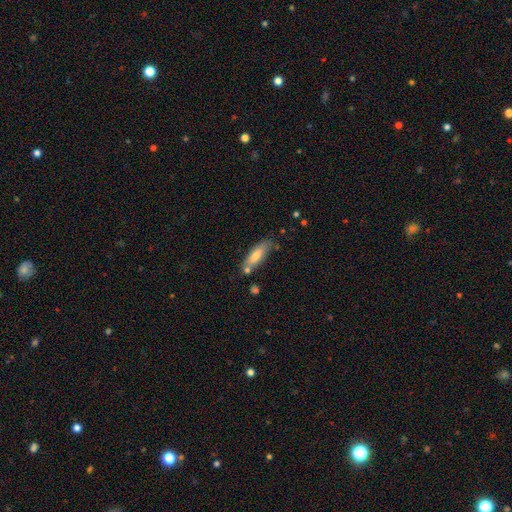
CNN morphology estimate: smooth-or-featured: smooth: 70% | featured or disk: 23% | star or artifact: 6%
  how-rounded: cigar-shaped: 54% | in between: 44% | round: 2%
  merging: none: 69% | minor disturbance: 17% | merger: 10% | major disturbance: 4%